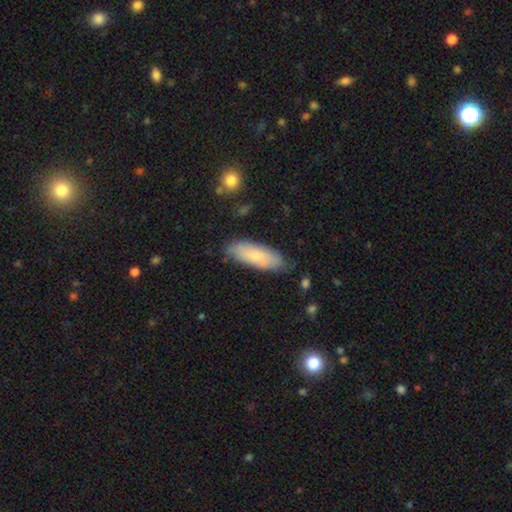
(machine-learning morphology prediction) This is likely a smooth galaxy (73%). How rounded: likely in between (63%). Merging: likely none (78%).